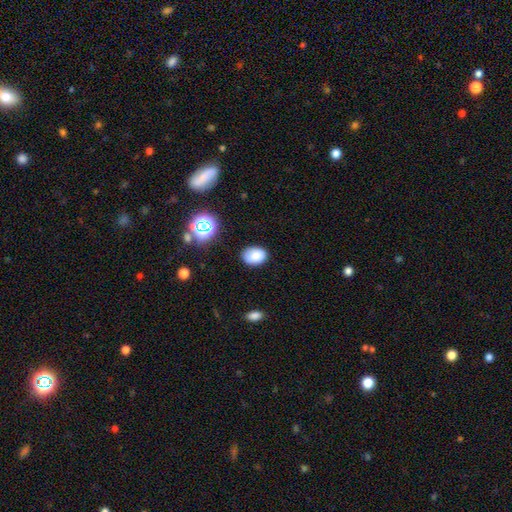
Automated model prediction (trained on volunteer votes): smooth 82%, star or artifact 11%, featured or disk 7%. Down the decision tree: how rounded — in between (77%); merging — none (78%).